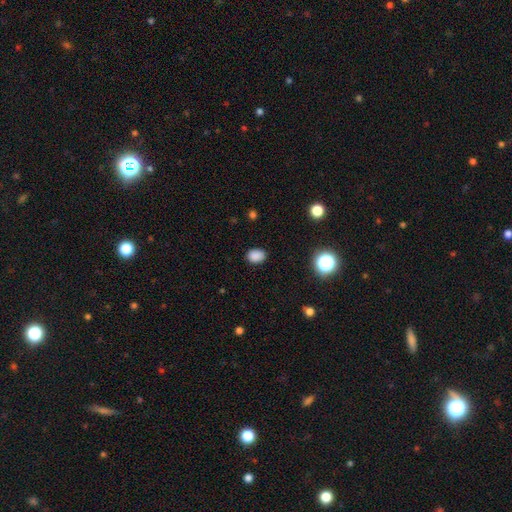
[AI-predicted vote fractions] smooth_or_featured: smooth (p=0.85) [alt: star or artifact p=0.12]
how_rounded: in between (p=0.70) [alt: round p=0.29]
merging: none (p=0.86) [alt: minor disturbance p=0.11]